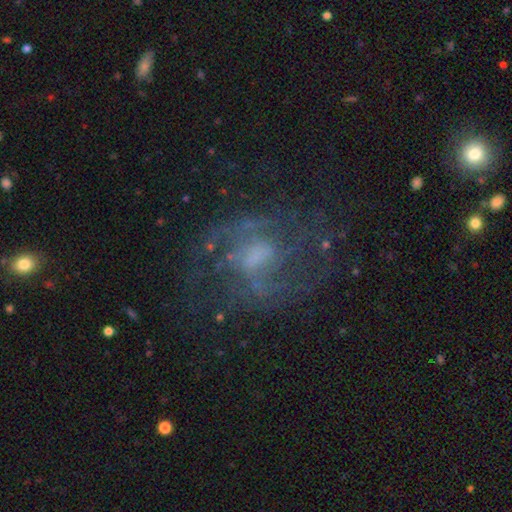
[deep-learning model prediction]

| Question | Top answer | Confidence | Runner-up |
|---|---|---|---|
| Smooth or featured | featured or disk | 79% | star or artifact (11%) |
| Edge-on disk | no | 97% | yes (3%) |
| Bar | weak | 49% | no (37%) |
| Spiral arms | yes | 87% | no (13%) |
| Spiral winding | medium | 49% | tight (28%) |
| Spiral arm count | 2 | 37% | can't tell (30%) |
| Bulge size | moderate | 35% | small (33%) |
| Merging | none | 63% | major disturbance (18%) |